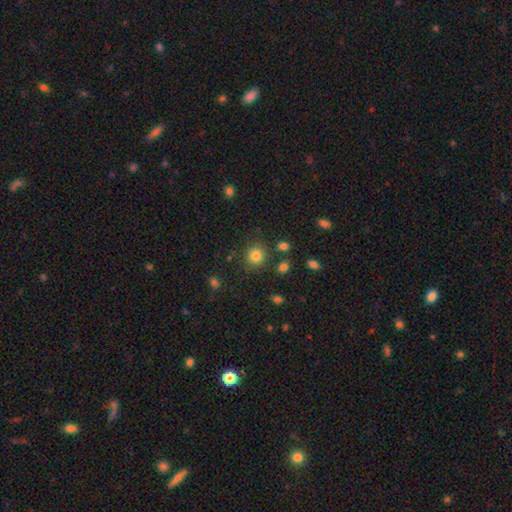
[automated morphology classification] A smooth galaxy with no disk features (83%) that is round (87%).

Vote fractions:
- Smooth or featured? smooth: 83% / star or artifact: 12% / featured or disk: 6%
- How rounded? round: 87% / in between: 12% / cigar-shaped: 1%
- Merging? none: 84% / minor disturbance: 9% / merger: 4% / major disturbance: 3%